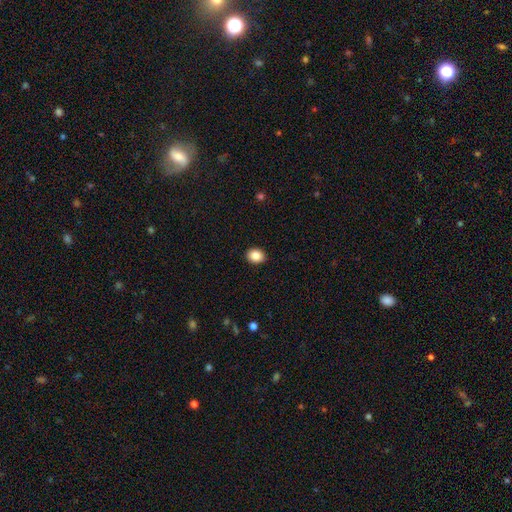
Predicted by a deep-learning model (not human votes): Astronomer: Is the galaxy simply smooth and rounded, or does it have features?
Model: smooth — 86%.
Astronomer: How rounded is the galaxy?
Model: round — 53% (runner-up: in between, 47%).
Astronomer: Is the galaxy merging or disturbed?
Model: none — 92%.